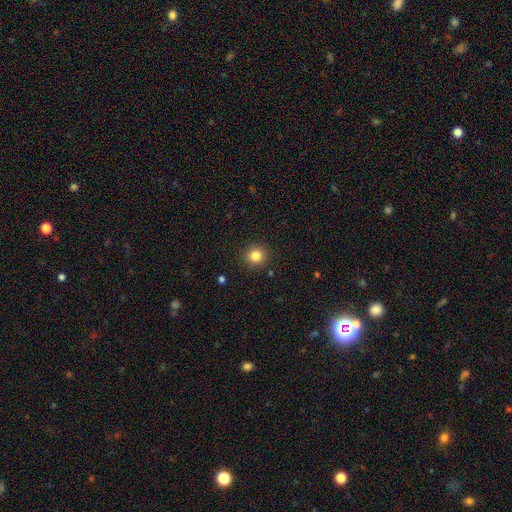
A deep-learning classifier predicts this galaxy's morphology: Smooth or featured? smooth (83%)
How rounded? round (92%)
Merging? none (91%)